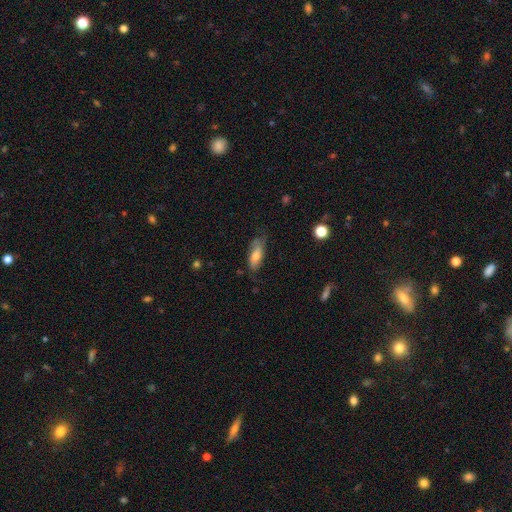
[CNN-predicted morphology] Smooth or featured?
  - smooth: 63% *
  - featured or disk: 30%
  - star or artifact: 7%
How rounded?
  - in between: 70% *
  - cigar-shaped: 28%
  - round: 3%
Merging?
  - none: 62% *
  - minor disturbance: 28%
  - major disturbance: 8%
  - merger: 2%